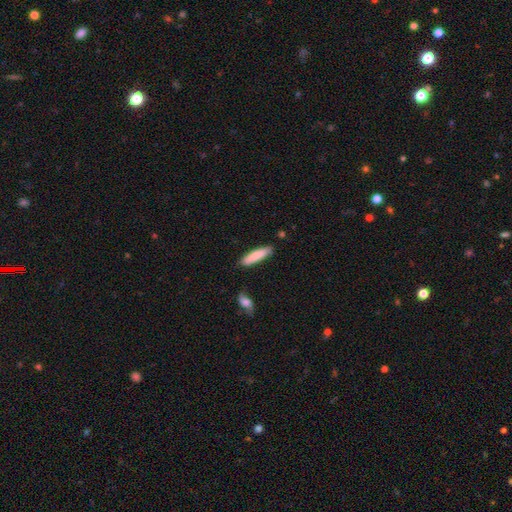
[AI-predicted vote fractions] Morphology: type=smooth (83%); roundness=cigar-shaped (75%); merging=none (83%).